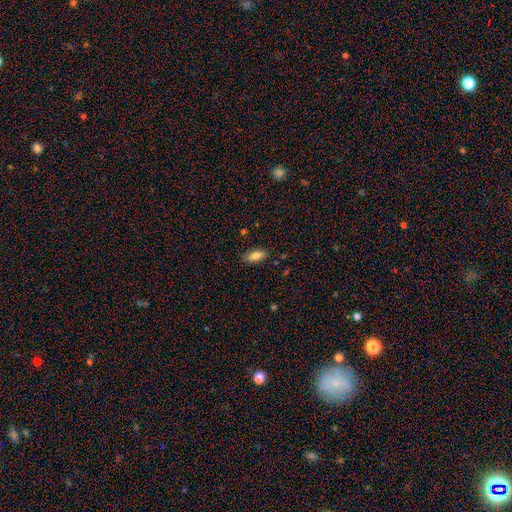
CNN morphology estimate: A smooth galaxy with no disk features (82%) that is in between round and cigar-shaped (86%). Merging: none (84%).